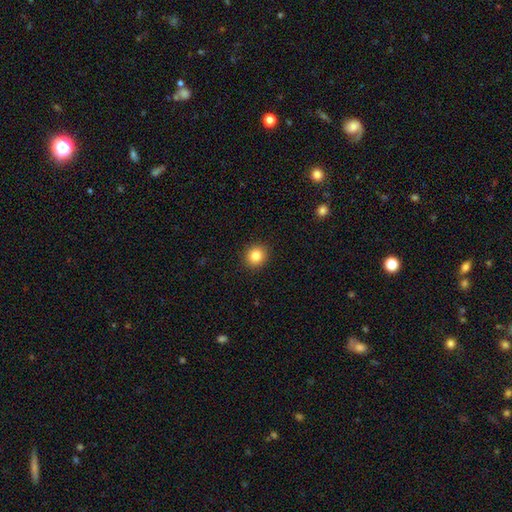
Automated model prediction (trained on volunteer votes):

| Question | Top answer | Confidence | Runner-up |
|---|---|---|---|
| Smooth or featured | smooth | 84% | star or artifact (10%) |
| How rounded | round | 88% | in between (11%) |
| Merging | none | 92% | minor disturbance (5%) |